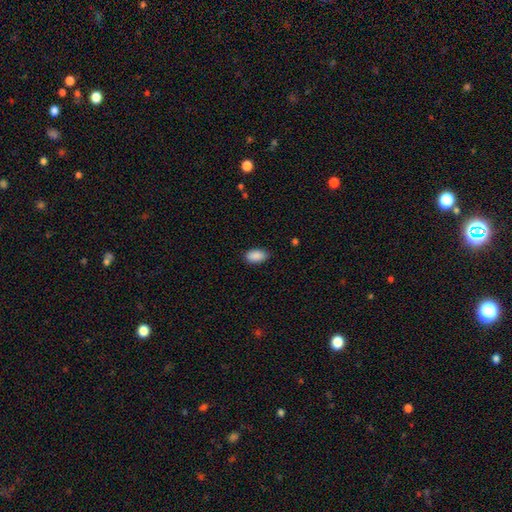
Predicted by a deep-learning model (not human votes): smooth-or-featured: smooth: 90% | star or artifact: 7% | featured or disk: 3%
  how-rounded: in between: 93% | round: 5% | cigar-shaped: 2%
  merging: none: 83% | minor disturbance: 14% | major disturbance: 2% | merger: 1%